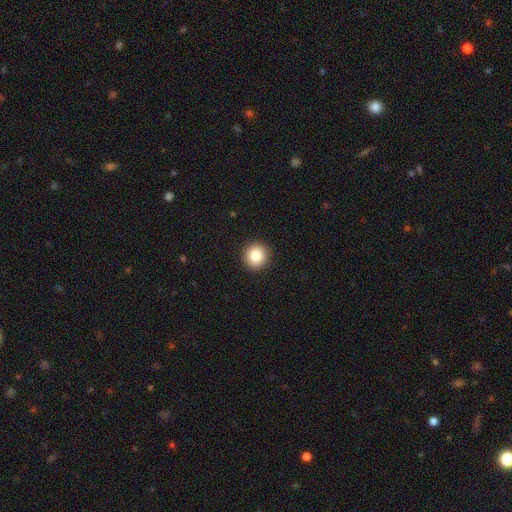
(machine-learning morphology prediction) smooth-or-featured: smooth: 85% | star or artifact: 9% | featured or disk: 6%
  how-rounded: round: 93% | in between: 6% | cigar-shaped: 1%
  merging: none: 93% | minor disturbance: 4% | major disturbance: 1% | merger: 1%